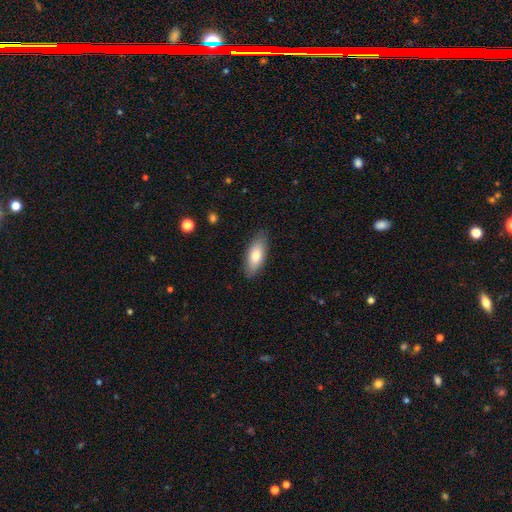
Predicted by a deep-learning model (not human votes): Smooth or featured: smooth — 77% (featured or disk — 17%)
How rounded: in between — 76% (cigar-shaped — 22%)
Merging: none — 84% (minor disturbance — 12%)